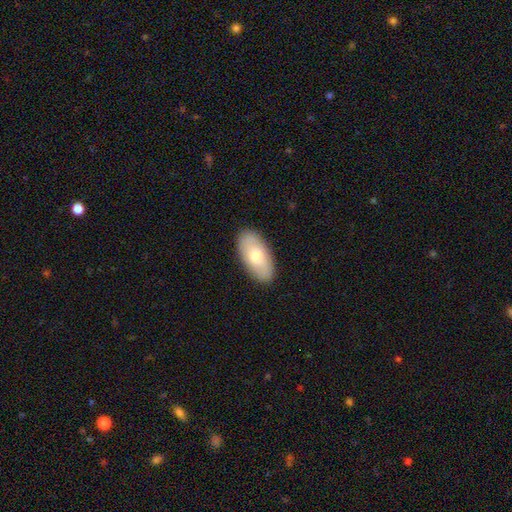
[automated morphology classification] The model was most divided on "smooth or featured": smooth: 65%, featured or disk: 29%, star or artifact: 6%. More confident: how rounded — in between (93%); merging — none (88%).